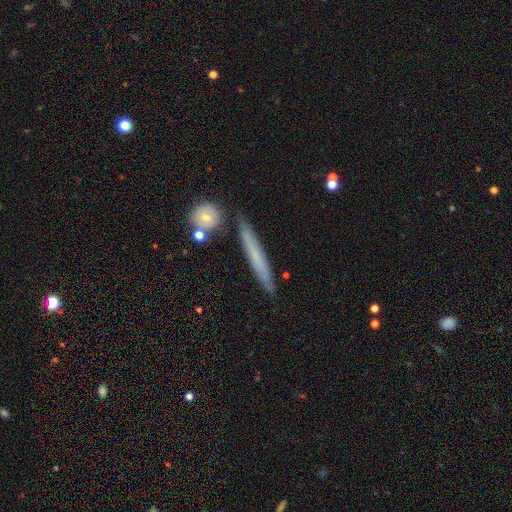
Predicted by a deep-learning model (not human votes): Smooth or featured: smooth — 54% (featured or disk — 38%)
How rounded: cigar-shaped — 95% (in between — 3%)
Merging: none — 84% (minor disturbance — 10%)